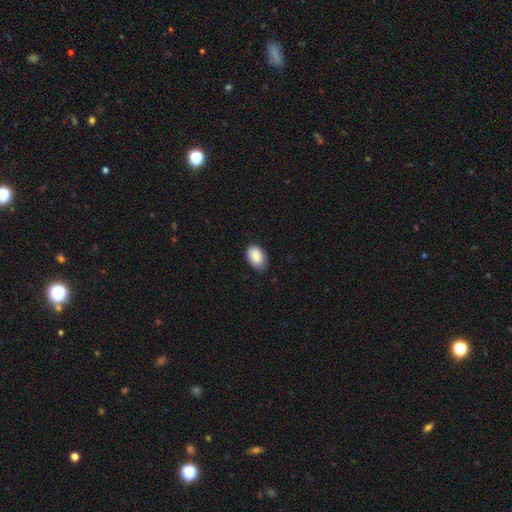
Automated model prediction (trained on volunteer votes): A smooth galaxy with no disk features (89%) that is in between round and cigar-shaped (89%). Merging: none (74%).